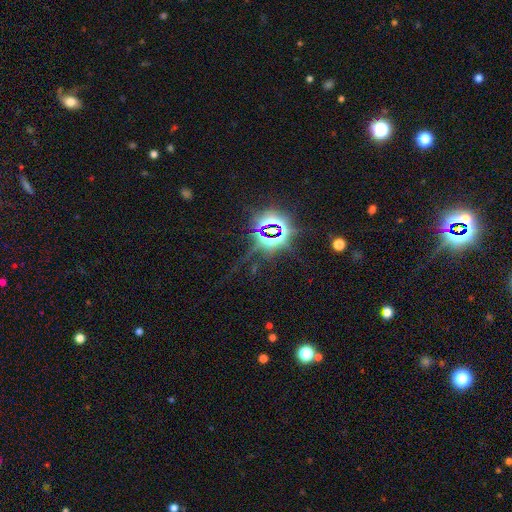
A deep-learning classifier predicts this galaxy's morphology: Smooth or featured: star or artifact — 83% (smooth — 9%)